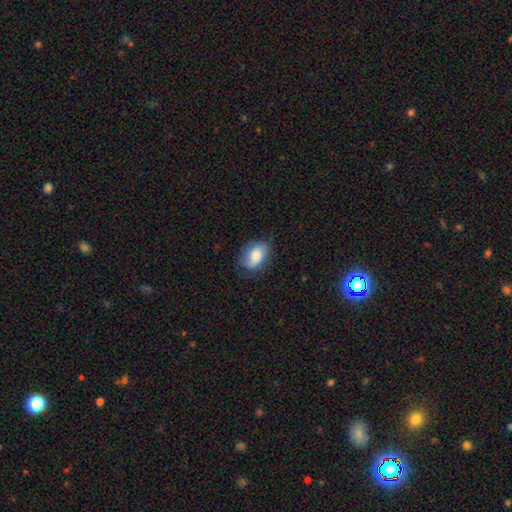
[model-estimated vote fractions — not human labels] Smooth or featured: smooth — 75% (featured or disk — 17%)
How rounded: in between — 88% (round — 10%)
Merging: none — 69% (minor disturbance — 24%)